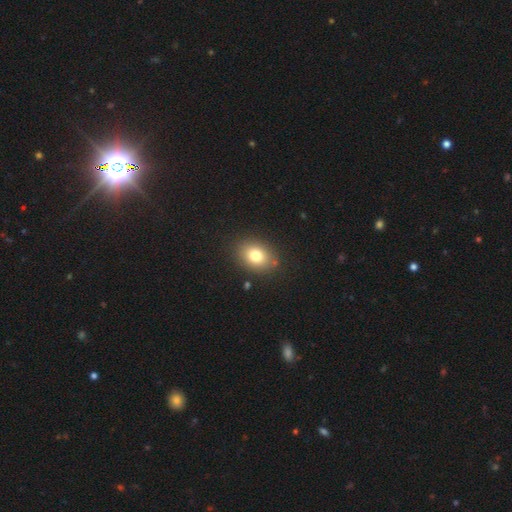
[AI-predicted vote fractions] Smooth or featured? Predicted: smooth (p=0.78). How rounded? Predicted: in between (p=0.61). Merging? Predicted: none (p=0.86).